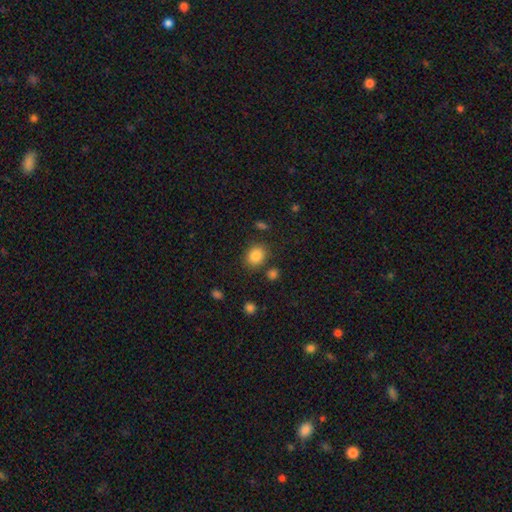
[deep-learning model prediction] The model was most divided on "how rounded": round: 59%, in between: 40%, cigar-shaped: 1%. More confident: smooth or featured — smooth (85%); merging — none (81%).